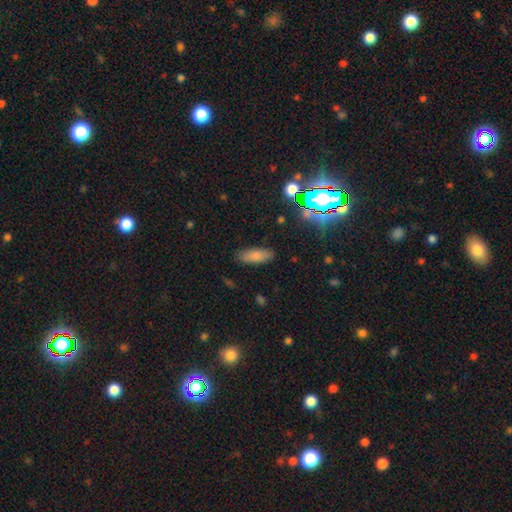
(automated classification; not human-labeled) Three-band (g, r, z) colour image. It shows a smooth galaxy with no disk features (80%) that is in between round and cigar-shaped (70%). Merging: none (86%).